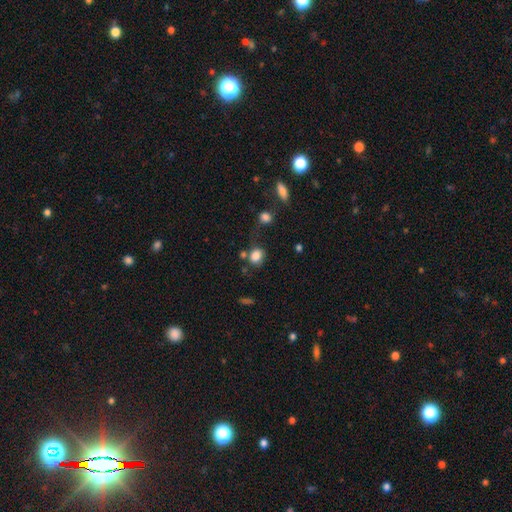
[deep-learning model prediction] This is clearly a smooth galaxy (83%). How rounded: possibly round (54%). Merging: possibly none (57%).